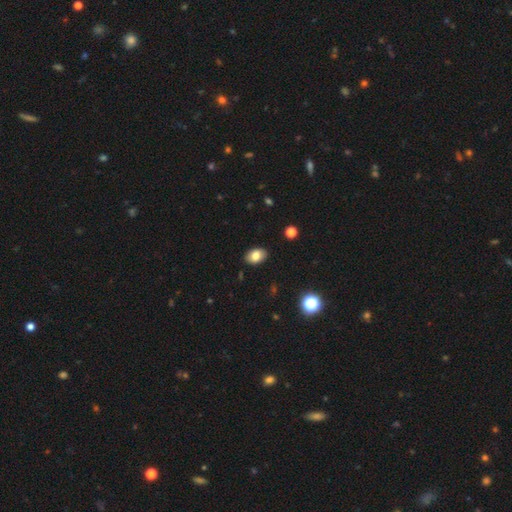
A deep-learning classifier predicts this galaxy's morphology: type=smooth (81%); roundness=in between (86%); merging=none (88%).